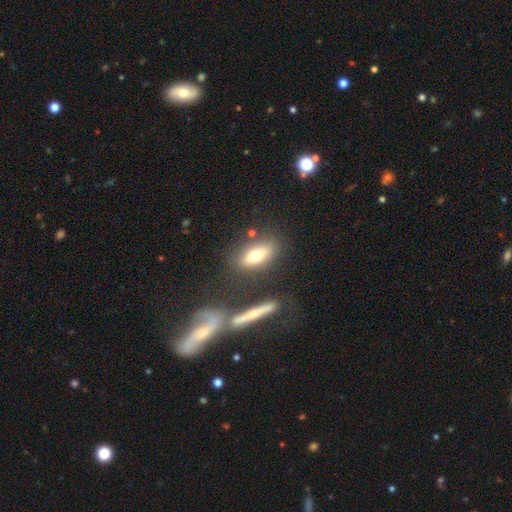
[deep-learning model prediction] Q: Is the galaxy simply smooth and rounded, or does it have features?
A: smooth — 67%.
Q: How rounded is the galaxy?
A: in between — 72%.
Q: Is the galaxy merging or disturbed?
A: none — 73%.